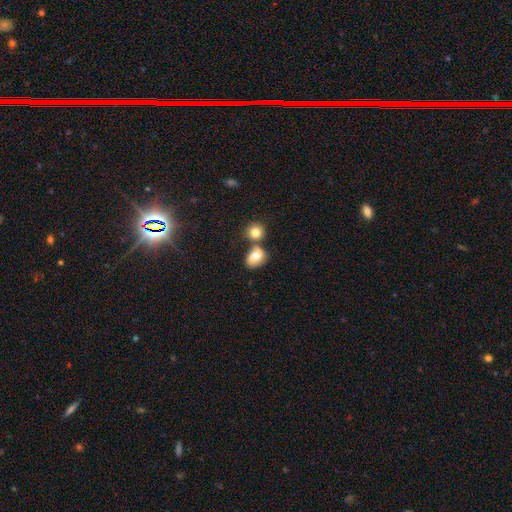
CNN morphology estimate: Smooth or featured? smooth (73%)
How rounded? in between (66%)
Merging? none (43%)